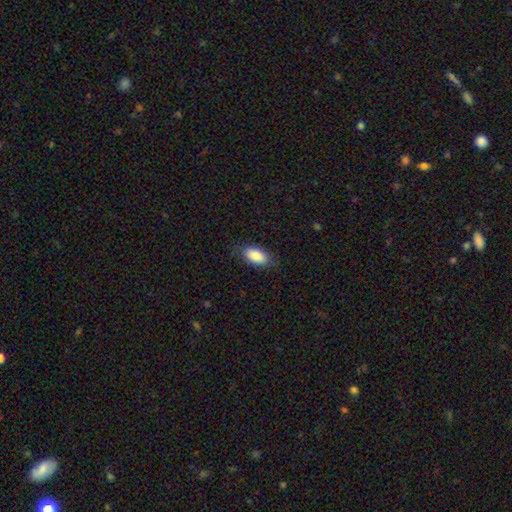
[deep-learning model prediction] smooth_or_featured: smooth (p=0.87) [alt: featured or disk p=0.07]
how_rounded: in between (p=0.92) [alt: cigar-shaped p=0.05]
merging: none (p=0.78) [alt: minor disturbance p=0.16]